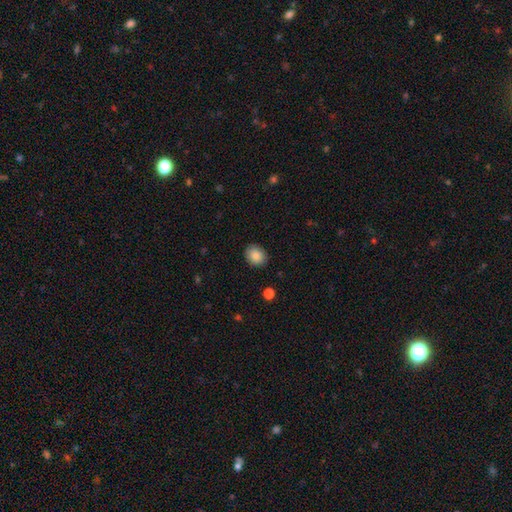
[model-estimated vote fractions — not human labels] smooth 88%, star or artifact 8%, featured or disk 4%. Down the decision tree: how rounded — round (55%); merging — none (88%).